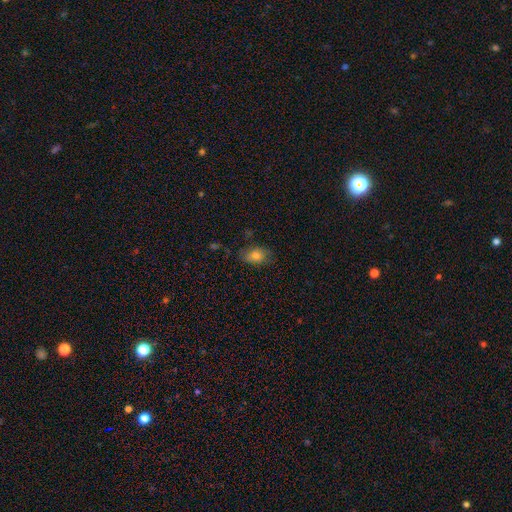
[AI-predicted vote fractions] Smooth or featured?
  - smooth: 79% *
  - featured or disk: 11%
  - star or artifact: 10%
How rounded?
  - in between: 82% *
  - round: 16%
  - cigar-shaped: 2%
Merging?
  - none: 72% *
  - minor disturbance: 21%
  - major disturbance: 5%
  - merger: 2%